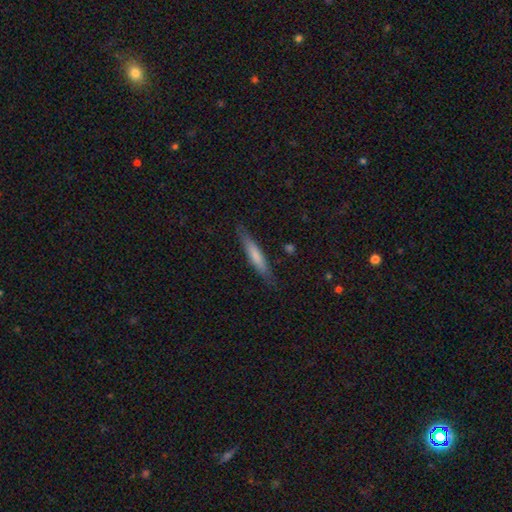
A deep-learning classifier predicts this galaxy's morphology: Smooth or featured? Predicted: smooth (p=0.68). How rounded? Predicted: cigar-shaped (p=0.91). Merging? Predicted: none (p=0.85).